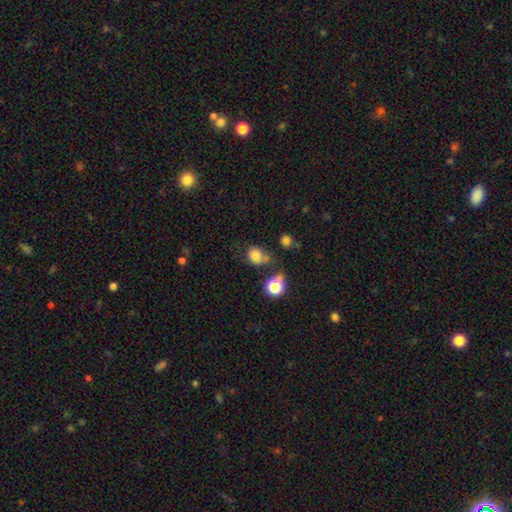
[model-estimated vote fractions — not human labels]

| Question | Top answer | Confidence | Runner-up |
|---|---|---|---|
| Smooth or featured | smooth | 77% | star or artifact (15%) |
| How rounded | round | 57% | in between (42%) |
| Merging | none | 47% | minor disturbance (23%) |